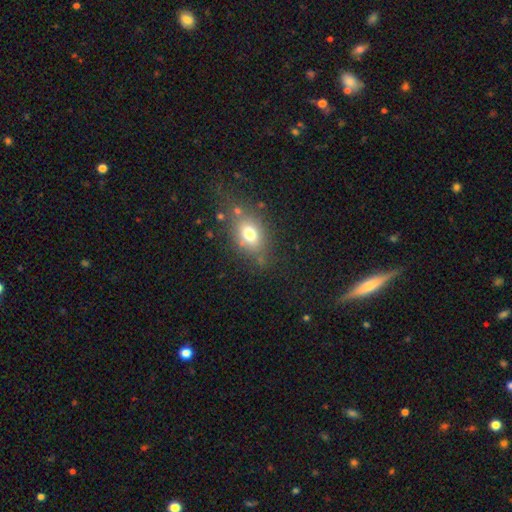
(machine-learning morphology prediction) smooth 51%, star or artifact 26%, featured or disk 23%. Down the decision tree: how rounded — in between (59%); merging — none (72%).